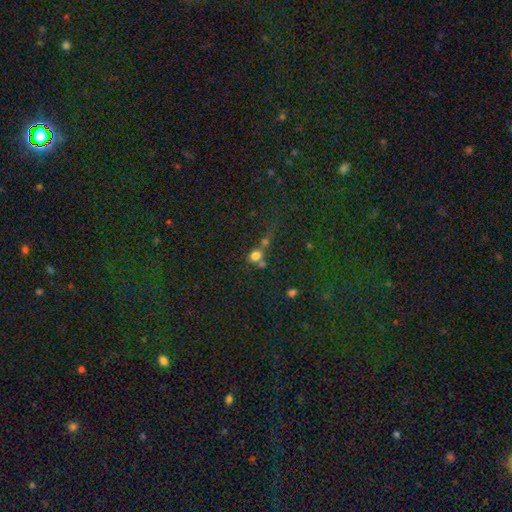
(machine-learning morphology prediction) smooth-or-featured: smooth: 73% | star or artifact: 17% | featured or disk: 10%
  how-rounded: round: 68% | in between: 30% | cigar-shaped: 2%
  merging: merger: 43% | none: 38% | minor disturbance: 10% | major disturbance: 8%